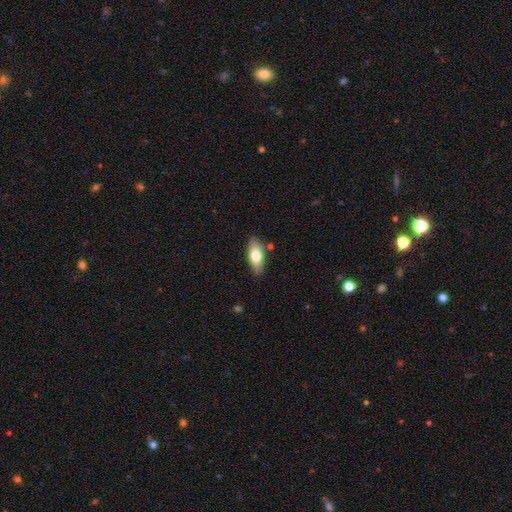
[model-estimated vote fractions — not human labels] The model was most divided on "smooth or featured": smooth: 69%, featured or disk: 25%, star or artifact: 6%. More confident: merging — none (81%); how rounded — in between (80%).